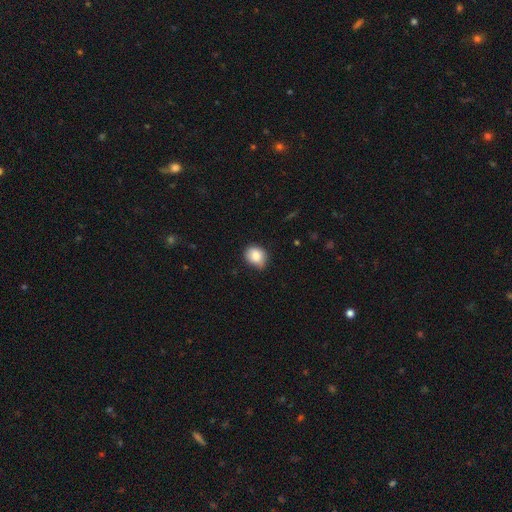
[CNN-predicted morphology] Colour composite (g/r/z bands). It shows a smooth galaxy with no disk features (84%) that is round (57%). Merging: none (65%).